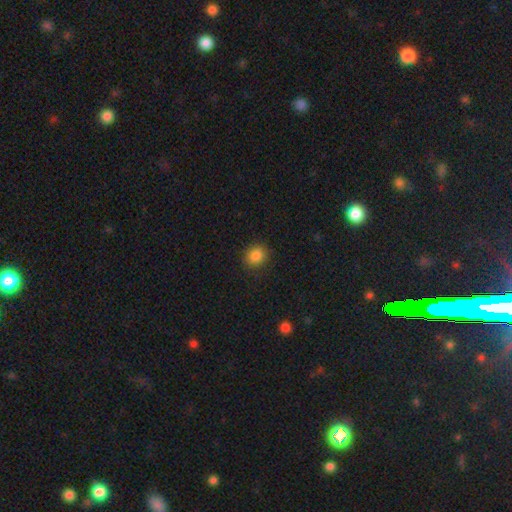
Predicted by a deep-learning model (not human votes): smooth-or-featured: smooth: 85% | star or artifact: 11% | featured or disk: 4%
  how-rounded: round: 78% | in between: 21% | cigar-shaped: 1%
  merging: none: 87% | minor disturbance: 9% | major disturbance: 3% | merger: 1%